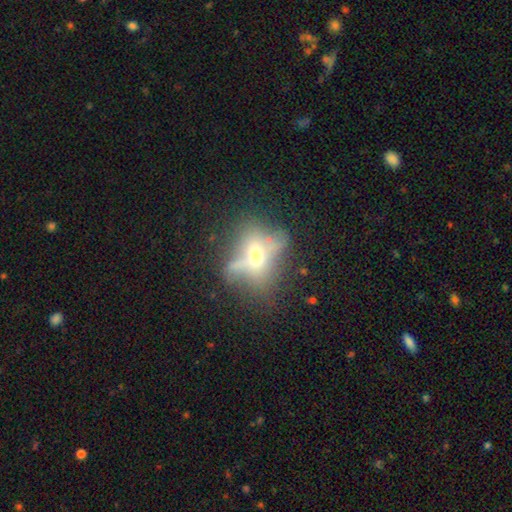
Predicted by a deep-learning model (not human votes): A featured or disk galaxy (55%). Merging: none (53%).